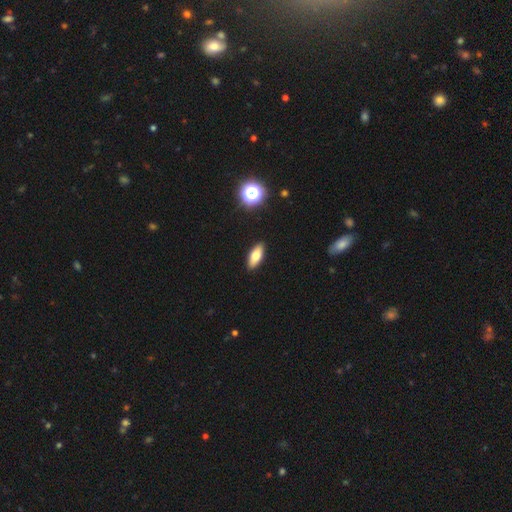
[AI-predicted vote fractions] smooth-or-featured: smooth: 72% | featured or disk: 19% | star or artifact: 8%
  how-rounded: in between: 78% | cigar-shaped: 19% | round: 3%
  merging: none: 91% | minor disturbance: 7% | major disturbance: 2% | merger: 1%